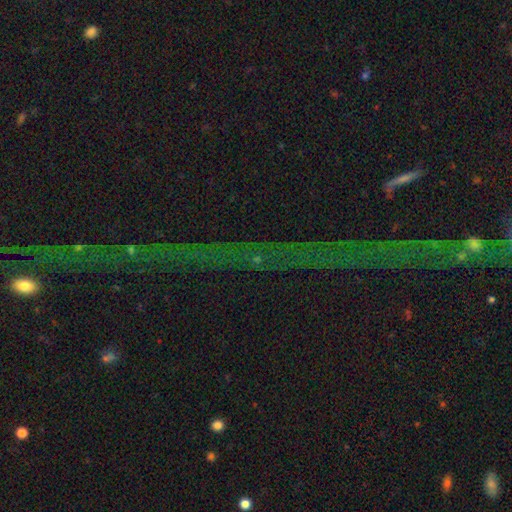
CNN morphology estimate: smooth-or-featured: star or artifact: 80% | featured or disk: 12% | smooth: 8%